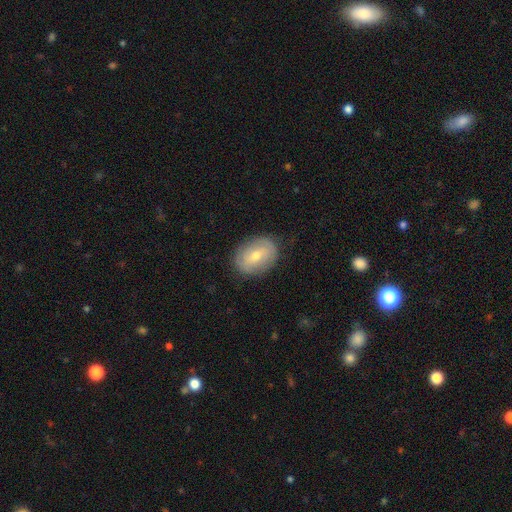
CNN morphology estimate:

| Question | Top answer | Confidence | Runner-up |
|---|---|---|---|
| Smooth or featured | smooth | 51% | featured or disk (41%) |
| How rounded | in between | 73% | round (26%) |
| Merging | none | 83% | minor disturbance (12%) |